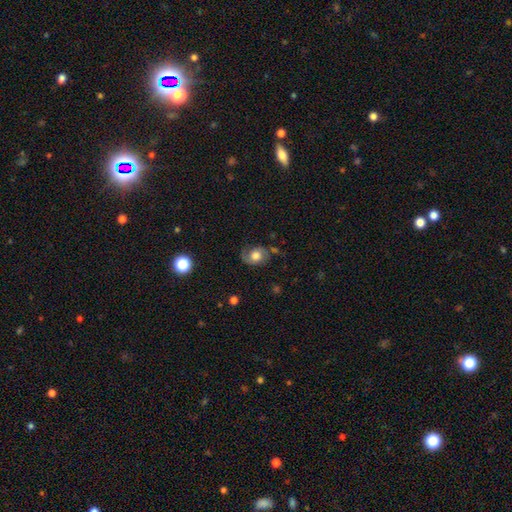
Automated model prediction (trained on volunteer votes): Smooth or featured? Predicted: smooth (p=0.48). Merging? Predicted: none (p=0.61).